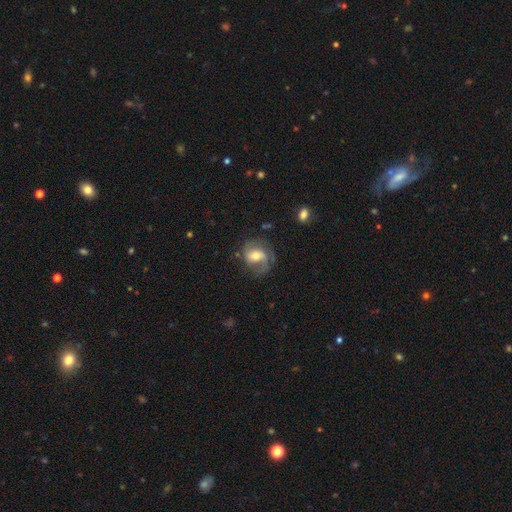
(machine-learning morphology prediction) Smooth or featured? featured or disk (60%)
Edge-on disk? no (96%)
Bar? no (44%)
Spiral arms? yes (84%)
Bulge size? moderate (61%)
Merging? none (54%)